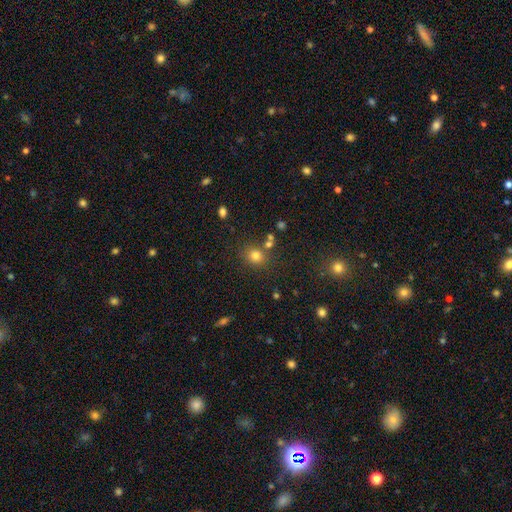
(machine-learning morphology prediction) smooth_or_featured: smooth (p=0.76) [alt: star or artifact p=0.16]
how_rounded: round (p=0.75) [alt: in between p=0.24]
merging: none (p=0.72) [alt: merger p=0.12]